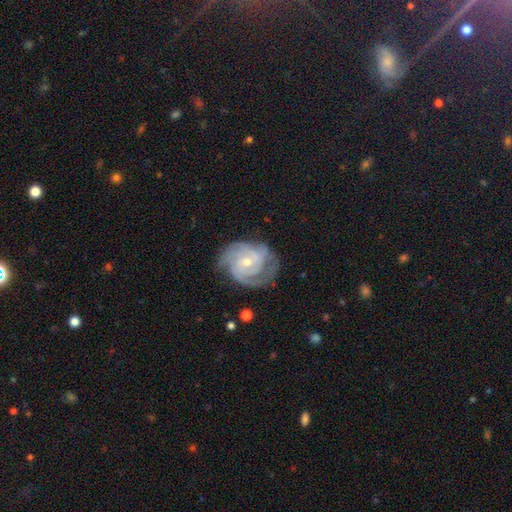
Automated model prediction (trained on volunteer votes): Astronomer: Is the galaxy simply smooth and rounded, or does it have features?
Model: featured or disk — 88%.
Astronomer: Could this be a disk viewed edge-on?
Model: no — 98%.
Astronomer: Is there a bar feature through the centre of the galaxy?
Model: no — 60%.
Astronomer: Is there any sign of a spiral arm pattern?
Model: yes — 97%.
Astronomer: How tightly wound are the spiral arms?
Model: tight — 67%.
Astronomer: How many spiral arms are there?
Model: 3 — 32%, tied with 2 at 32%.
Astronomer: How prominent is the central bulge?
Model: small — 57% (runner-up: moderate, 40%).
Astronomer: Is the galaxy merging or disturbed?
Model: none — 68%.